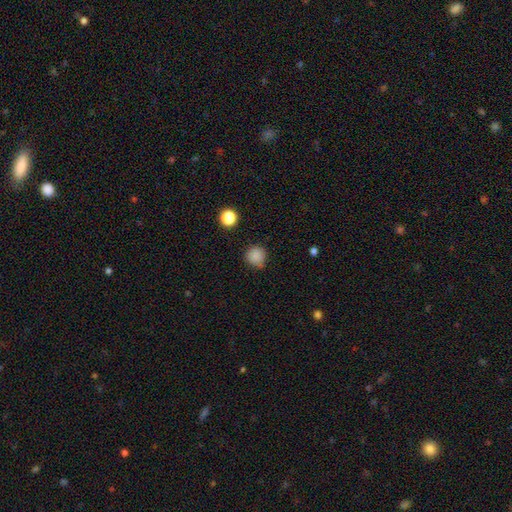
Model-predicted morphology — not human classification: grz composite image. It shows a smooth galaxy with no disk features (84%) that is round (91%). Merging: none (77%).